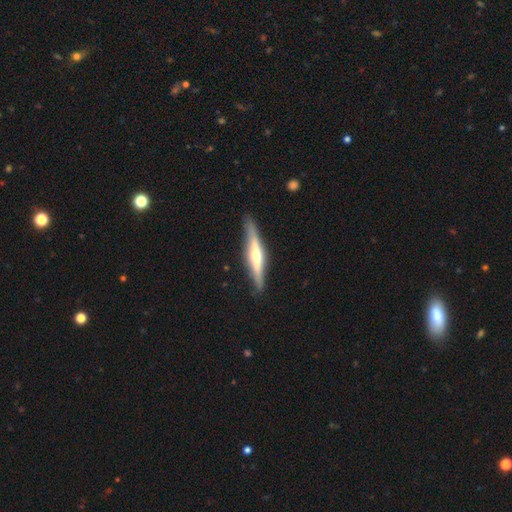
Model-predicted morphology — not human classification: This is likely a featured or disk galaxy (68%). It is clearly viewed edge-on (96%). Edge-on bulge: clearly rounded (86%). Merging: clearly none (88%).